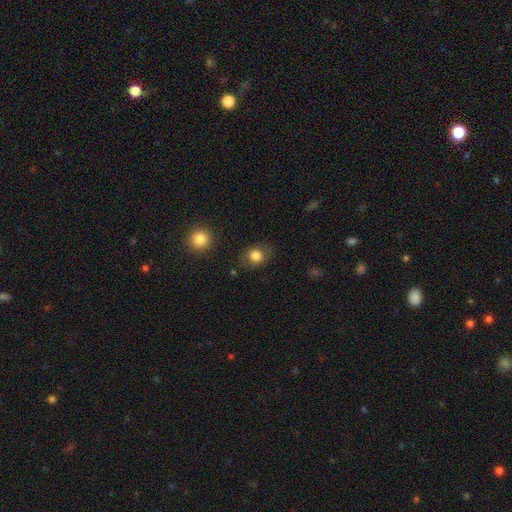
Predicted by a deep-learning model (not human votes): This appears to be a smooth galaxy with no disk features (80%) that is round (57%). Merging: none (76%).